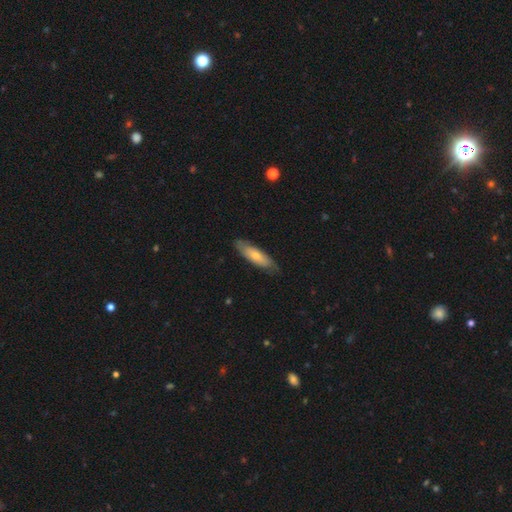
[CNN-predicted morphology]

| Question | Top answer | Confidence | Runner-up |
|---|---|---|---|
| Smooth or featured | smooth | 65% | featured or disk (30%) |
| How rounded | cigar-shaped | 53% | in between (45%) |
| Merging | none | 79% | minor disturbance (17%) |